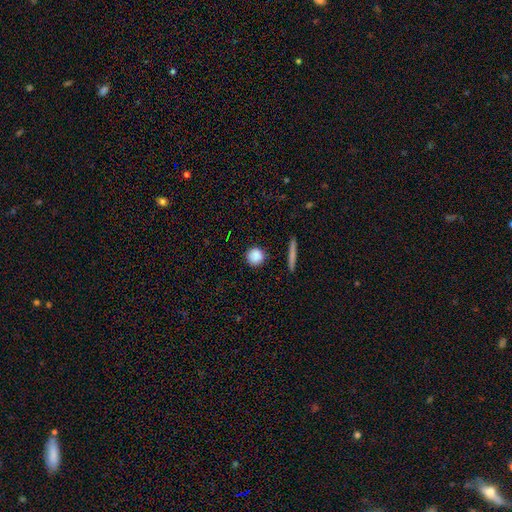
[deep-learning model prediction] smooth_or_featured: smooth (p=0.86) [alt: star or artifact p=0.08]
how_rounded: round (p=0.93) [alt: in between p=0.05]
merging: none (p=0.89) [alt: minor disturbance p=0.07]